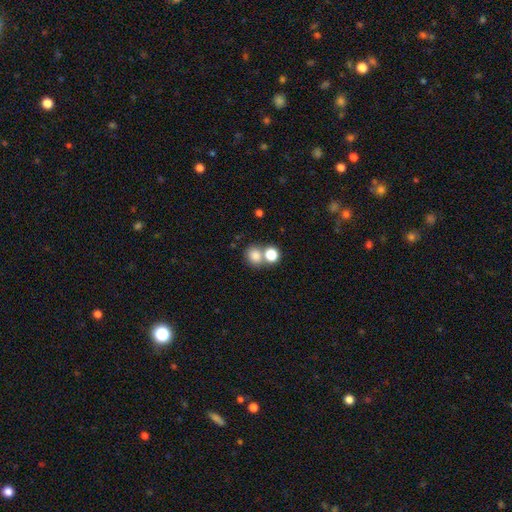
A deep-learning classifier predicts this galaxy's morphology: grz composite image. It shows a smooth galaxy with no disk features (79%) that is round (74%). Merging: none (50%).